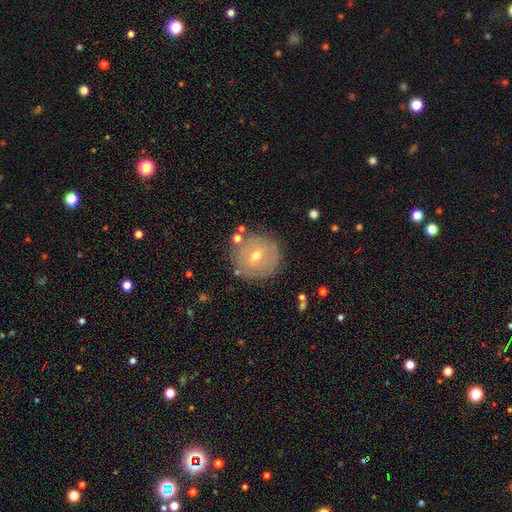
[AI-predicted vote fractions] smooth 52%, featured or disk 38%, star or artifact 10%. Down the decision tree: how rounded — round (94%); merging — none (82%).